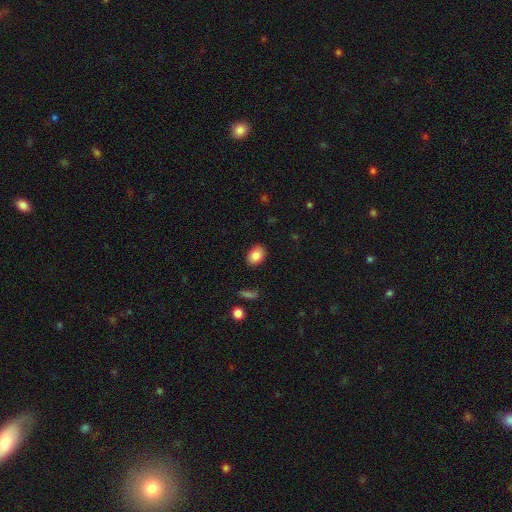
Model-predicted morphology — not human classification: Smooth or featured: smooth — 85% (star or artifact — 8%)
How rounded: in between — 82% (round — 17%)
Merging: none — 87% (minor disturbance — 9%)